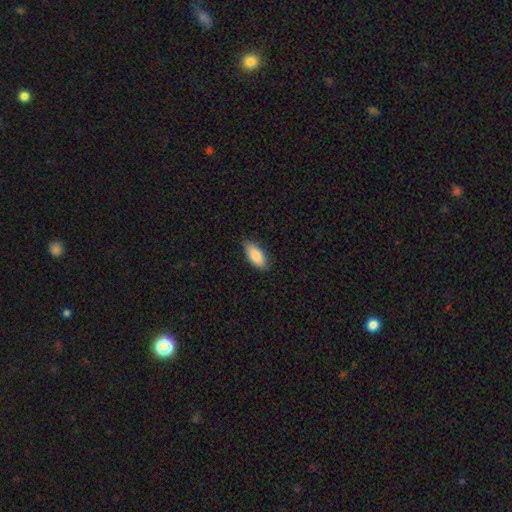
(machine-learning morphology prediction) smooth 85%, featured or disk 9%, star or artifact 6%. Down the decision tree: how rounded — in between (85%); merging — none (84%).